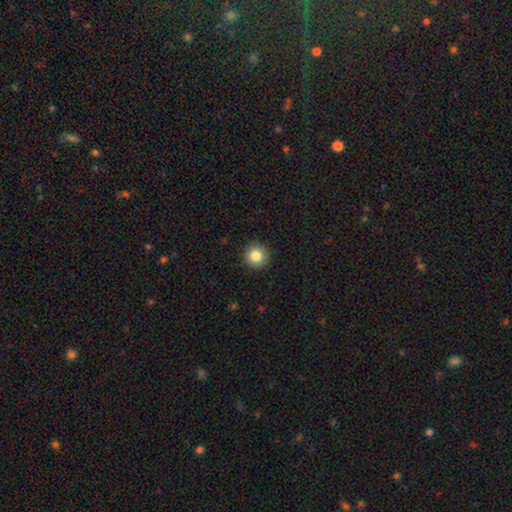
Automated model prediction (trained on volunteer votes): A smooth galaxy with no disk features (83%) that is round (96%). Merging: none (93%).